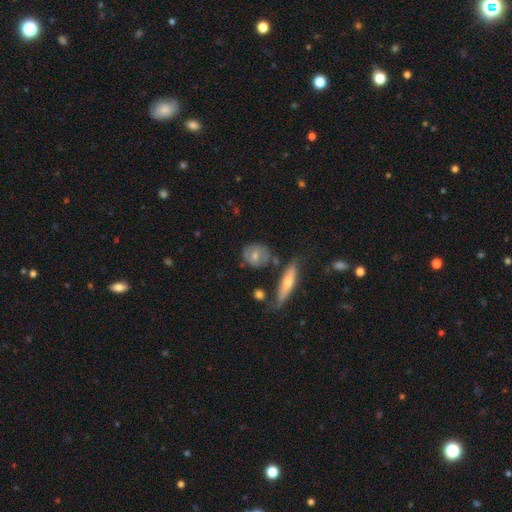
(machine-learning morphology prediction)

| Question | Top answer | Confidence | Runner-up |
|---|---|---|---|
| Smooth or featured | smooth | 60% | featured or disk (33%) |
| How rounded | round | 69% | in between (27%) |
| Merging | none | 71% | minor disturbance (17%) |